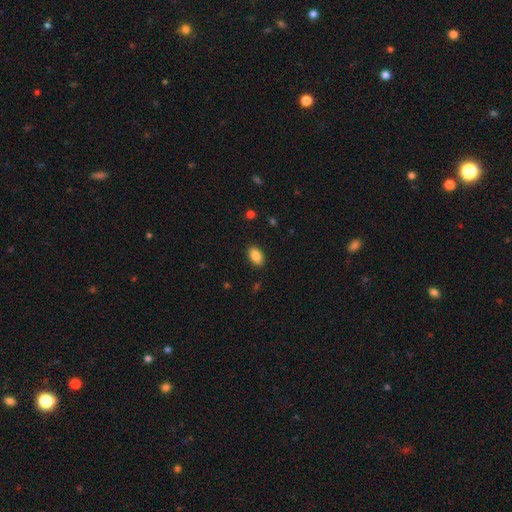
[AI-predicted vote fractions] Q: Smooth or featured?
A: smooth (87%); runner-up: star or artifact (8%)
Q: How rounded?
A: in between (91%); runner-up: round (7%)
Q: Merging?
A: none (88%); runner-up: minor disturbance (9%)